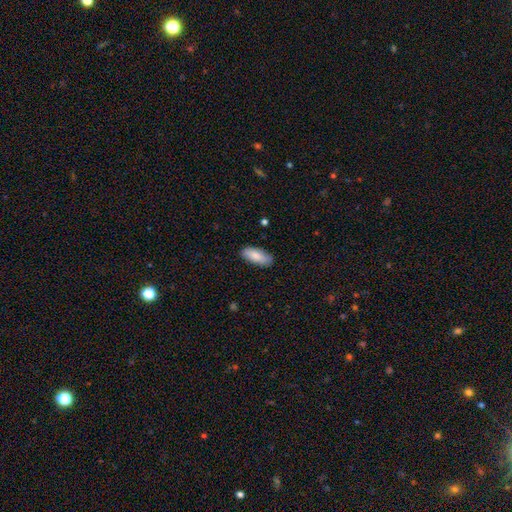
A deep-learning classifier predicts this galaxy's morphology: Smooth or featured? Predicted: smooth (p=0.84). How rounded? Predicted: in between (p=0.81). Merging? Predicted: none (p=0.85).